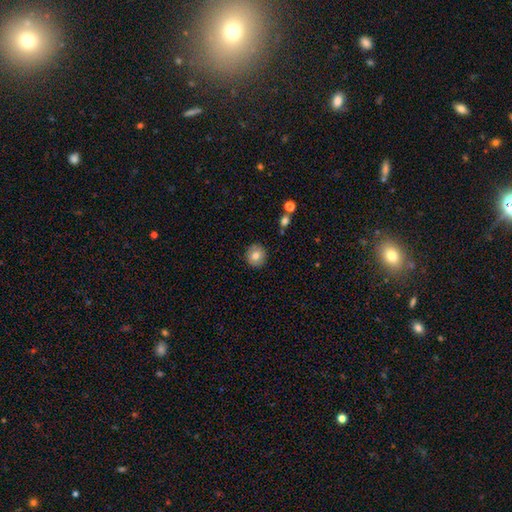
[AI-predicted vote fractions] Smooth or featured?
  - smooth: 76% *
  - featured or disk: 15%
  - star or artifact: 9%
How rounded?
  - round: 93% *
  - in between: 6%
  - cigar-shaped: 1%
Merging?
  - none: 89% *
  - minor disturbance: 7%
  - major disturbance: 2%
  - merger: 1%